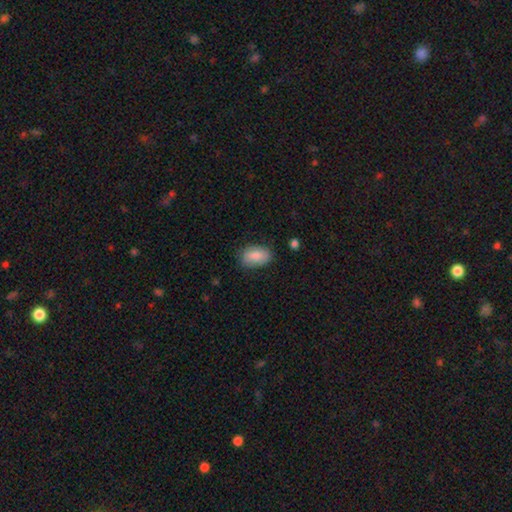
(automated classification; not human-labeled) Smooth or featured? smooth (83%)
How rounded? in between (89%)
Merging? none (78%)